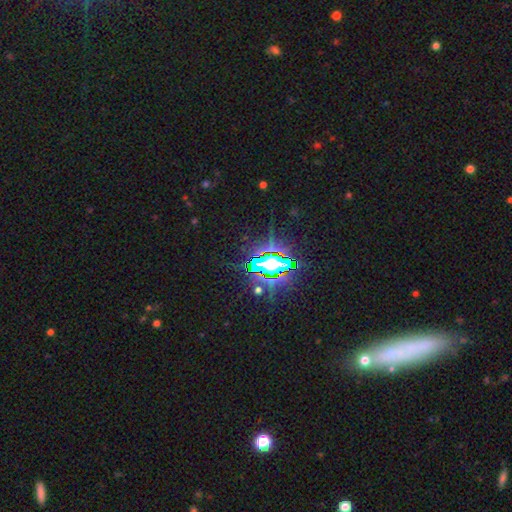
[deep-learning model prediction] Q: Smooth or featured?
A: star or artifact (82%); runner-up: smooth (9%)